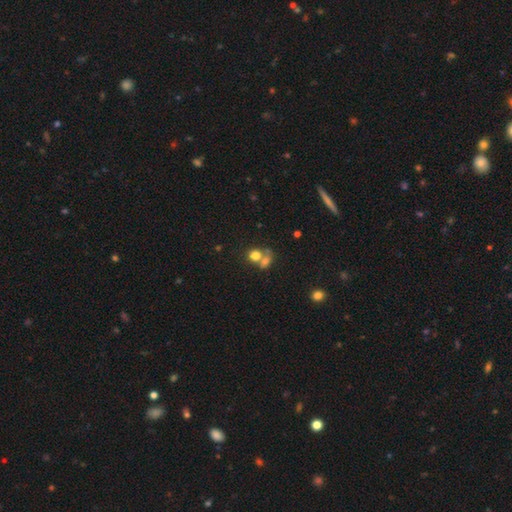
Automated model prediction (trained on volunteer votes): Smooth or featured? smooth (74%)
How rounded? round (69%)
Merging? merger (51%)